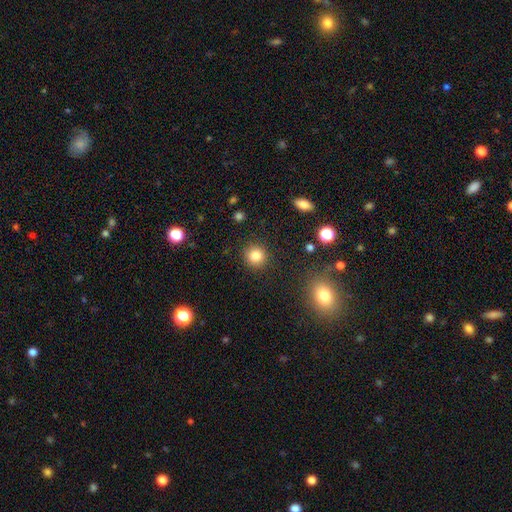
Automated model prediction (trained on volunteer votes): A smooth galaxy with no disk features (84%) that is round (91%).

Vote fractions:
- Smooth or featured? smooth: 84% / star or artifact: 11% / featured or disk: 5%
- How rounded? round: 91% / in between: 8% / cigar-shaped: 1%
- Merging? none: 90% / minor disturbance: 6% / major disturbance: 2% / merger: 1%